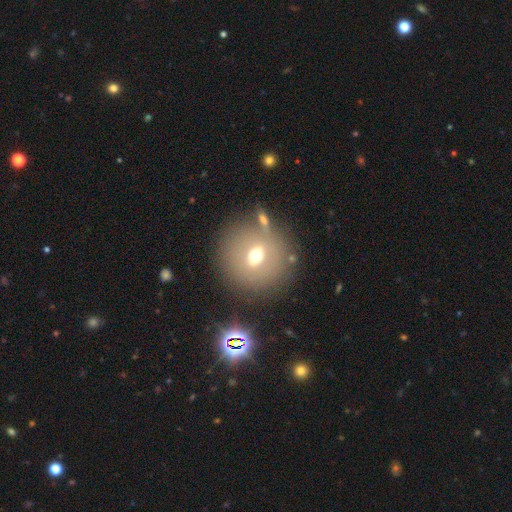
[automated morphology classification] Smooth or featured? smooth (55%)
How rounded? round (87%)
Merging? none (77%)